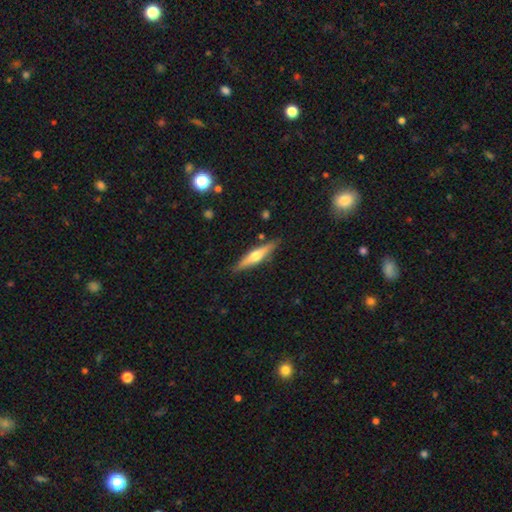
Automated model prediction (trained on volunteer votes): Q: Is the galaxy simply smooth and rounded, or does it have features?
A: featured or disk — 58%.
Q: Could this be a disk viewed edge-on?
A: yes — 95%.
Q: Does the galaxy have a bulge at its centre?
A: rounded — 89%.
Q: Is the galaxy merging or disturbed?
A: none — 87%.